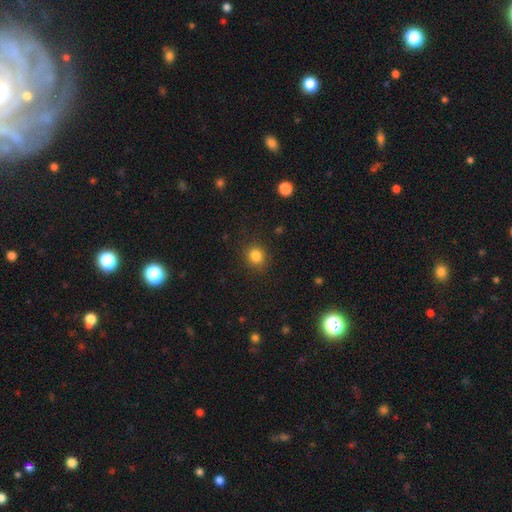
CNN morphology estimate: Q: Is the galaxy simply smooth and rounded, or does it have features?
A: smooth — 84%.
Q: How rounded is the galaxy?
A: round — 80%.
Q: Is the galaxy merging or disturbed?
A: none — 86%.